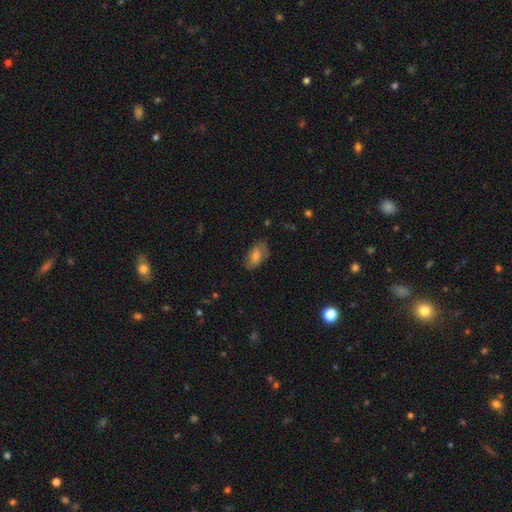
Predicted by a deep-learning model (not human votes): Smooth or featured: smooth — 62% (featured or disk — 25%)
How rounded: in between — 88% (round — 6%)
Merging: none — 70% (minor disturbance — 21%)